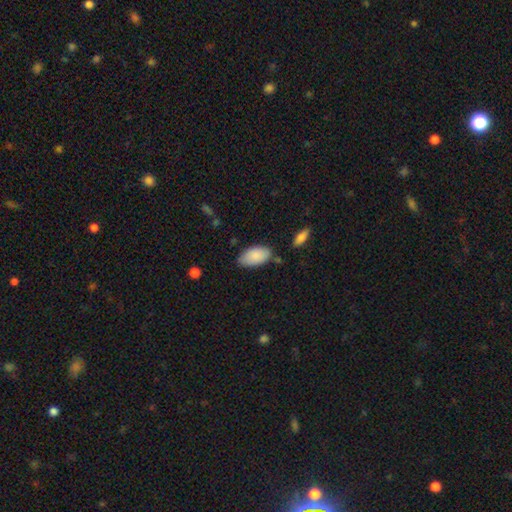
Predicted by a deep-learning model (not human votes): The model was most divided on "merging": none: 72%, minor disturbance: 20%, merger: 4%, major disturbance: 4%. More confident: how rounded — in between (95%); smooth or featured — smooth (87%).